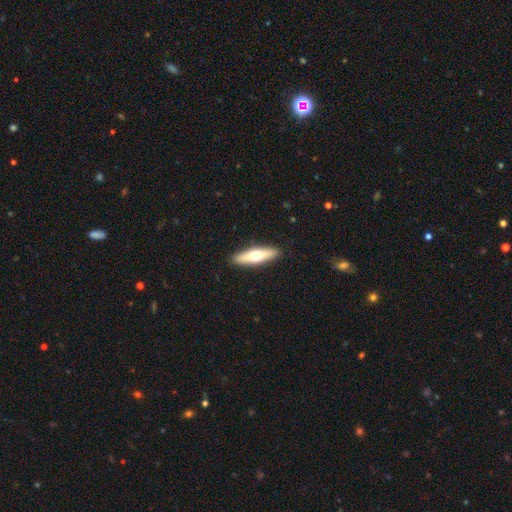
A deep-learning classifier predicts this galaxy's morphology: smooth_or_featured: smooth (p=0.57) [alt: featured or disk p=0.38]
how_rounded: cigar-shaped (p=0.67) [alt: in between p=0.32]
merging: none (p=0.91) [alt: minor disturbance p=0.07]